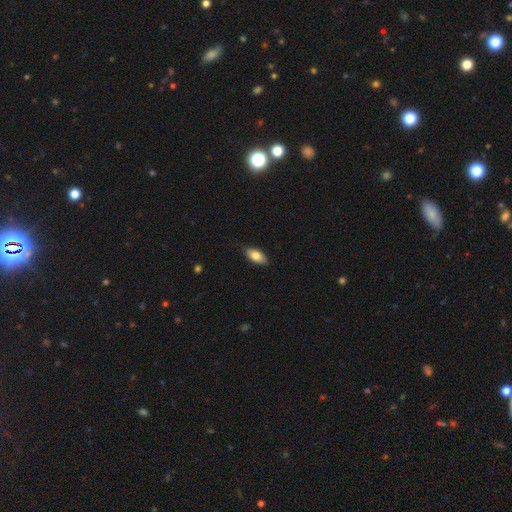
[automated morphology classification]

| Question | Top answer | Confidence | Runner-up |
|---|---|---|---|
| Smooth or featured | smooth | 81% | featured or disk (13%) |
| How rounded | in between | 92% | cigar-shaped (5%) |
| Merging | none | 82% | minor disturbance (14%) |